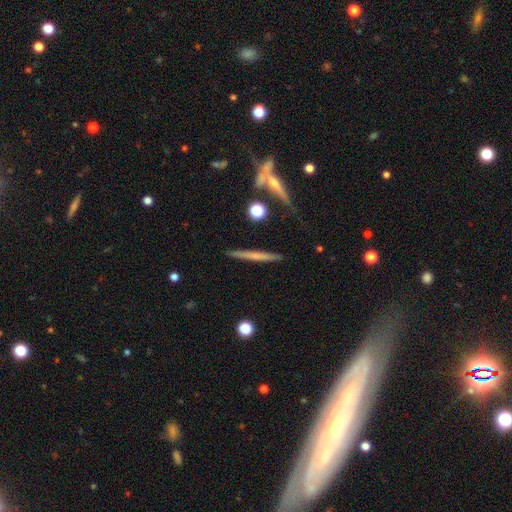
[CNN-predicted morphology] This is possibly a smooth galaxy (48%). Merging: clearly none (87%).